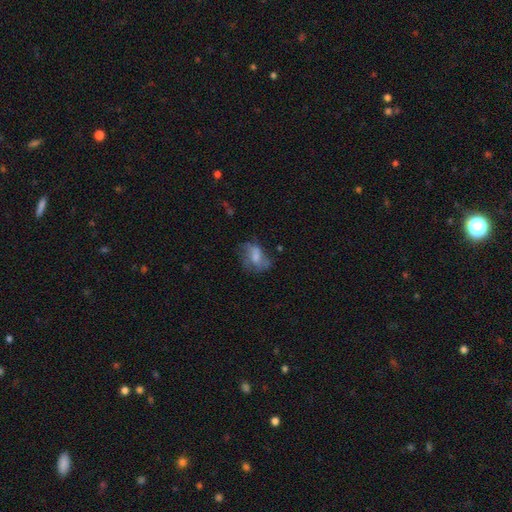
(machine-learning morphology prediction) Overall: smooth (53%; featured or disk 36%). How rounded: in between (79%). Merging: none (40%; major disturbance 30%).